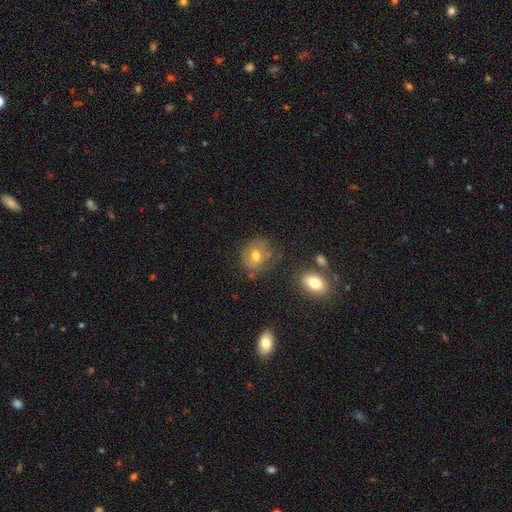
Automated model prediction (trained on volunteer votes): Overall: smooth (60%; featured or disk 28%). How rounded: round (69%; in between 30%). Merging: none (63%).